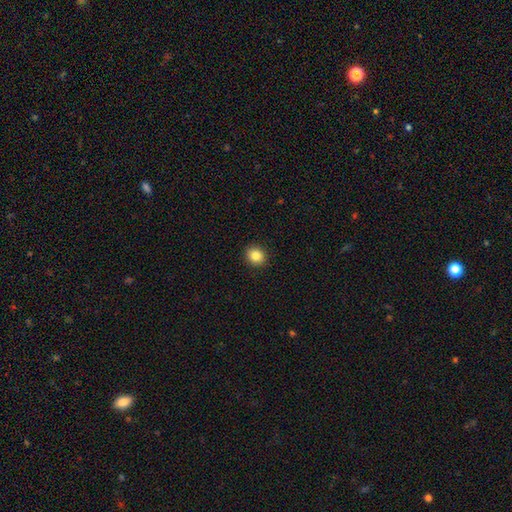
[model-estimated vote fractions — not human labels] Smooth or featured? Predicted: smooth (p=0.85). How rounded? Predicted: round (p=0.80). Merging? Predicted: none (p=0.92).